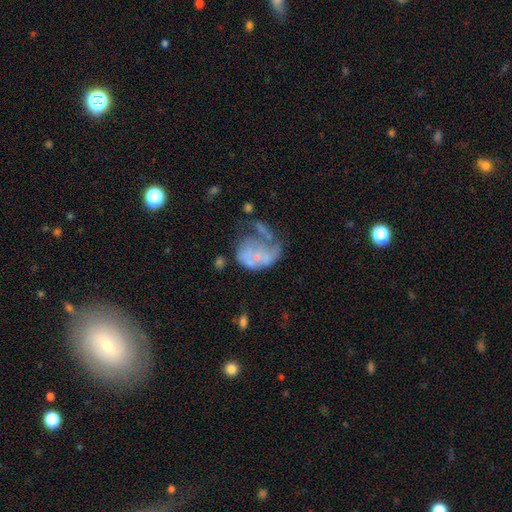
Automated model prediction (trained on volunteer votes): Smooth or featured: featured or disk — 53% (smooth — 36%)
Edge-on disk: no — 98% (yes — 2%)
Bar: no — 86% (weak — 11%)
Spiral arms: no — 74% (yes — 26%)
Bulge size: small — 52% (none — 31%)
Merging: major disturbance — 41% (none — 22%)